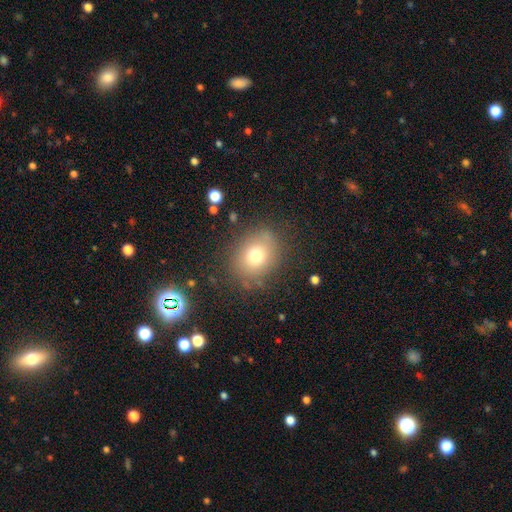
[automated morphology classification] type=smooth (73%); roundness=round (57%); merging=none (80%).